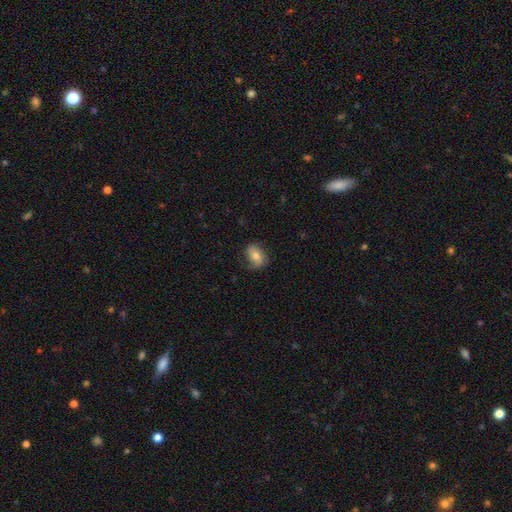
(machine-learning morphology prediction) Smooth or featured? smooth (64%)
How rounded? in between (73%)
Merging? none (70%)